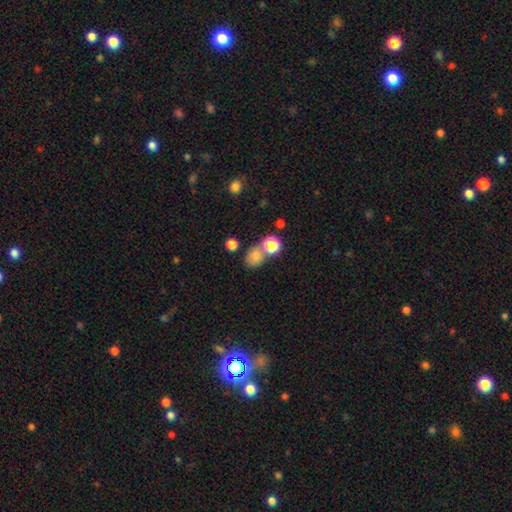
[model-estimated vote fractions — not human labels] Q: Smooth or featured?
A: smooth (75%); runner-up: star or artifact (16%)
Q: How rounded?
A: round (52%); runner-up: in between (47%)
Q: Merging?
A: none (55%); runner-up: merger (28%)